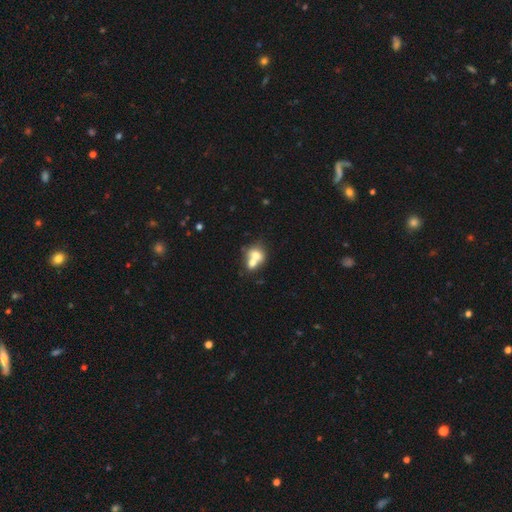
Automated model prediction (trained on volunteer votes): Smooth or featured? Predicted: smooth (p=0.66). How rounded? Predicted: round (p=0.55). Merging? Predicted: merger (p=0.66).